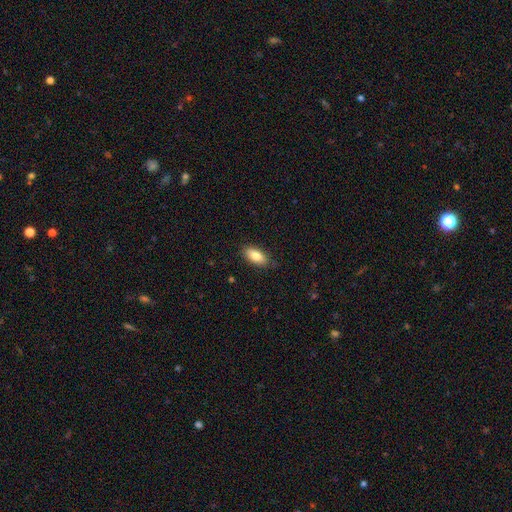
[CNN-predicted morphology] Smooth or featured: smooth — 82% (featured or disk — 11%)
How rounded: in between — 87% (cigar-shaped — 10%)
Merging: none — 84% (minor disturbance — 12%)